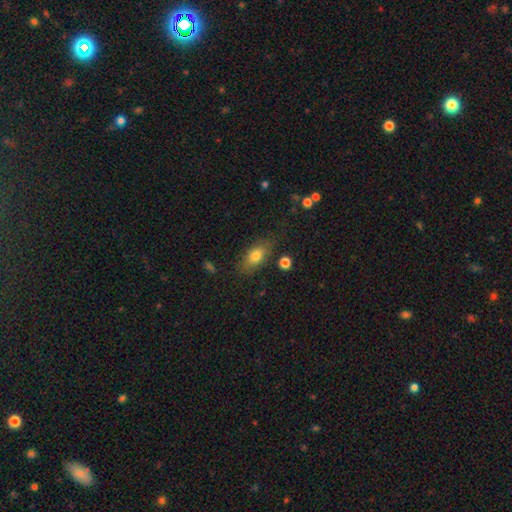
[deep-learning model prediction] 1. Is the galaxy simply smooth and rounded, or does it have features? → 76% smooth, 15% featured or disk, 9% star or artifact.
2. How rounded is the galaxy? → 84% in between, 8% cigar-shaped, 8% round.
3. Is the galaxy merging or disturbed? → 76% none, 16% minor disturbance, 5% major disturbance, 3% merger.